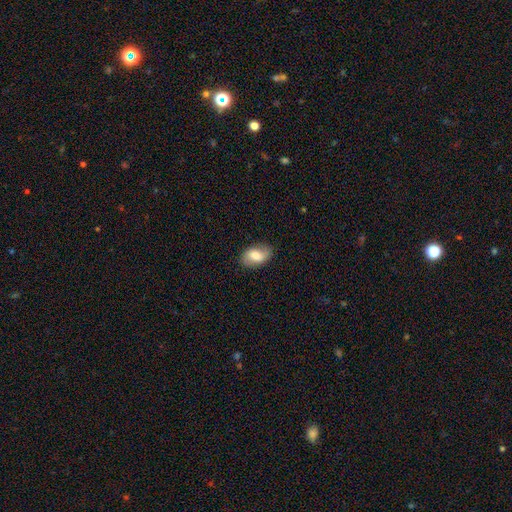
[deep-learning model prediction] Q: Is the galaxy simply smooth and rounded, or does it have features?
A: smooth — 65%.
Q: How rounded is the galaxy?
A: in between — 90%.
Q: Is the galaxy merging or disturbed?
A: none — 78%.